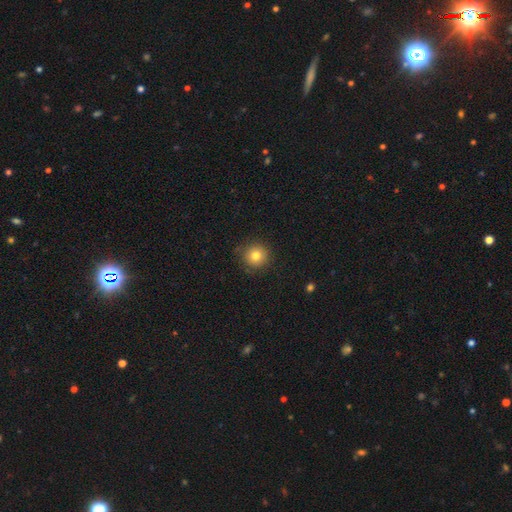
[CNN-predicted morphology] smooth 80%, star or artifact 11%, featured or disk 9%. Down the decision tree: how rounded — round (95%); merging — none (85%).